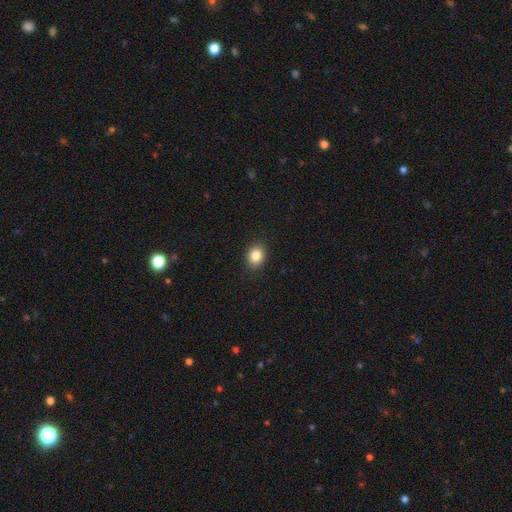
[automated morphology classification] A smooth galaxy with no disk features (84%) that is in between round and cigar-shaped (53%).

Vote fractions:
- Smooth or featured? smooth: 84% / star or artifact: 10% / featured or disk: 6%
- How rounded? in between: 53% / round: 46% / cigar-shaped: 1%
- Merging? none: 90% / minor disturbance: 8% / major disturbance: 2% / merger: 1%